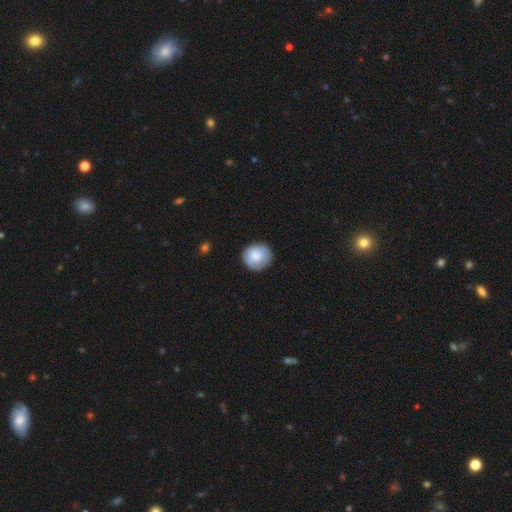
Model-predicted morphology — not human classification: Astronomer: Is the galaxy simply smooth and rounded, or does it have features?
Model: smooth — 77%.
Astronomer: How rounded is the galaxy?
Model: round — 88%.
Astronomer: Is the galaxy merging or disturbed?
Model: none — 82%.